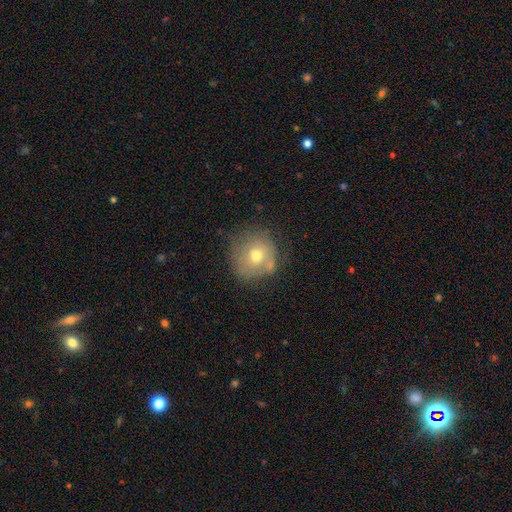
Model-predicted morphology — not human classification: Overall: smooth (60%; featured or disk 29%). How rounded: round (90%). Merging: none (62%; minor disturbance 23%).